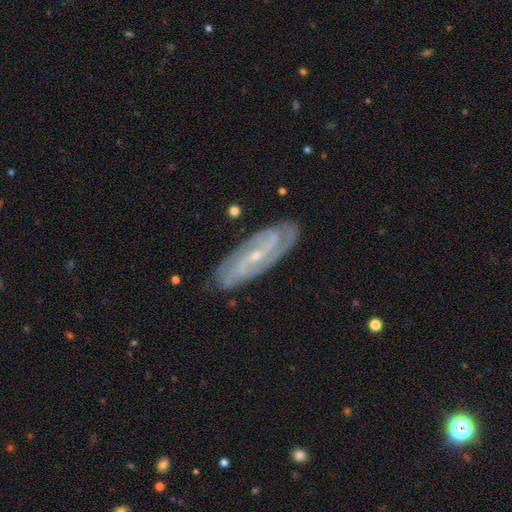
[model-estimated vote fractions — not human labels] Smooth or featured: featured or disk — 89% (star or artifact — 5%)
Edge-on disk: no — 91% (yes — 9%)
Bar: weak — 38% (strong — 32%)
Spiral arms: yes — 98% (no — 2%)
Spiral winding: tight — 54% (medium — 38%)
Spiral arm count: 2 — 60% (3 — 16%)
Bulge size: small — 78% (moderate — 18%)
Merging: none — 83% (minor disturbance — 13%)